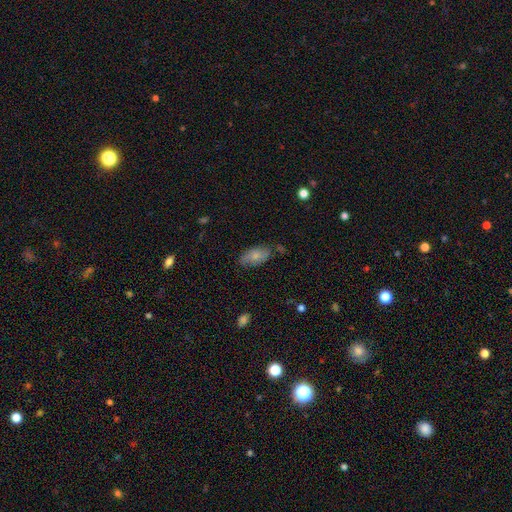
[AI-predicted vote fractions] smooth_or_featured: smooth (p=0.75) [alt: featured or disk p=0.18]
how_rounded: in between (p=0.92) [alt: cigar-shaped p=0.05]
merging: none (p=0.72) [alt: minor disturbance p=0.21]